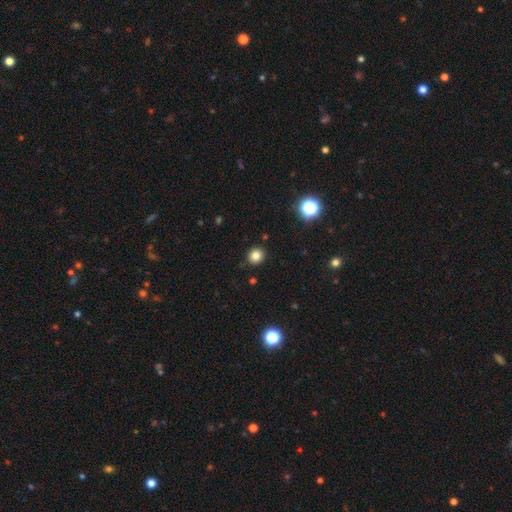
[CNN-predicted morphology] Smooth or featured?
  - smooth: 82% *
  - star or artifact: 13%
  - featured or disk: 5%
How rounded?
  - round: 87% *
  - in between: 13%
  - cigar-shaped: 1%
Merging?
  - none: 90% *
  - minor disturbance: 7%
  - major disturbance: 2%
  - merger: 2%